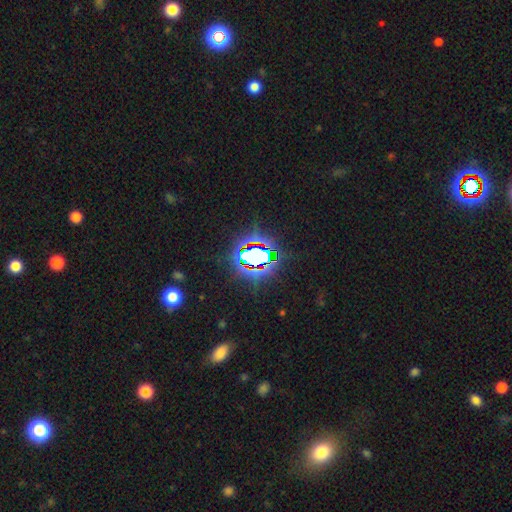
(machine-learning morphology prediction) A star or artifact, not a galaxy (70%).

Vote fractions:
- Smooth or featured? star or artifact: 70% / smooth: 18% / featured or disk: 12%